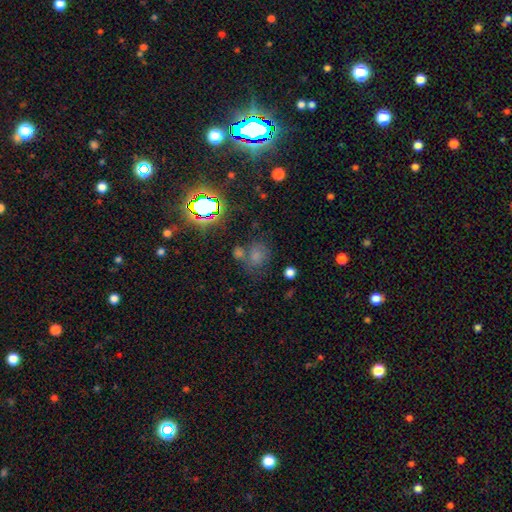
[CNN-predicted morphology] type=smooth (59%); roundness=round (68%); merging=none (56%).